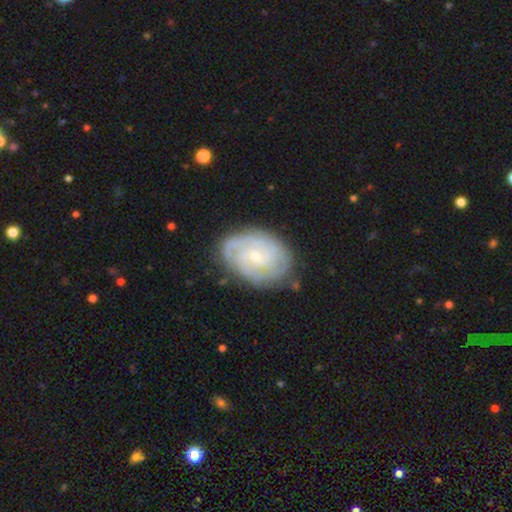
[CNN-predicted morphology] This appears to be a featured or disk galaxy (81%) with no bar (61%), tight (67%) spiral arms (94%) and a small central bulge (69%). Merging: none (75%).